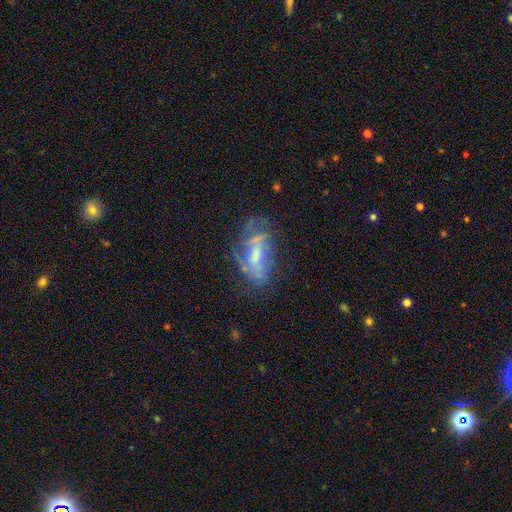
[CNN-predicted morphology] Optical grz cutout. It shows a featured or disk galaxy (60%) with no bar (54%), no spiral arms (56%) and a moderate central bulge (42%). Merging: none (45%).